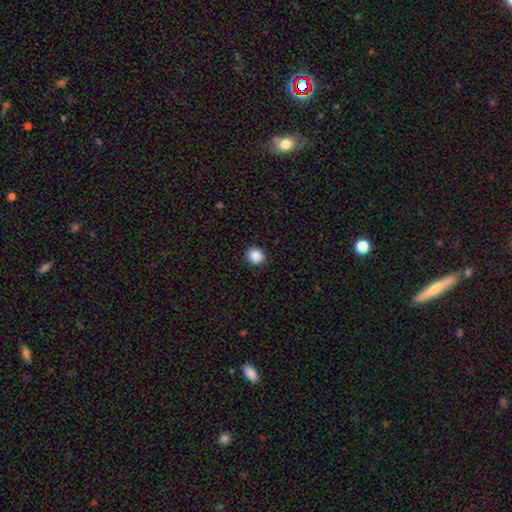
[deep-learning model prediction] Smooth or featured: smooth — 89% (star or artifact — 9%)
How rounded: round — 81% (in between — 18%)
Merging: none — 91% (minor disturbance — 6%)